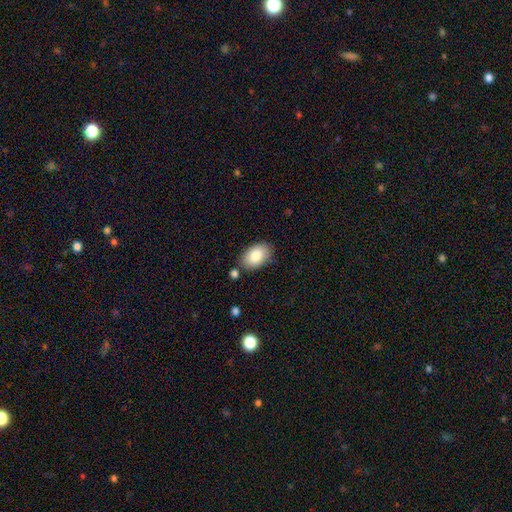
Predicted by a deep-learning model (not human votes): smooth_or_featured: smooth (p=0.84) [alt: featured or disk p=0.09]
how_rounded: in between (p=0.91) [alt: round p=0.08]
merging: none (p=0.80) [alt: minor disturbance p=0.12]